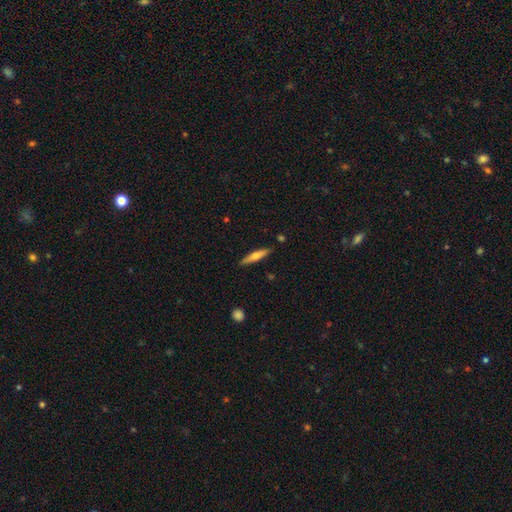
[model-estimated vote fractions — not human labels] A smooth galaxy with no disk features (50%).

Vote fractions:
- Smooth or featured? smooth: 50% / featured or disk: 45% / star or artifact: 6%
- Merging? none: 88% / minor disturbance: 8% / merger: 2% / major disturbance: 2%